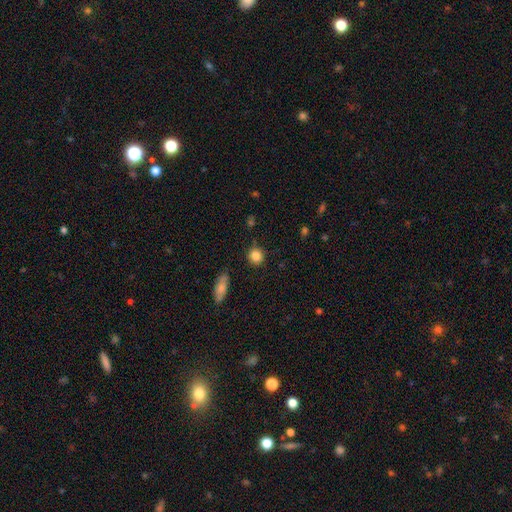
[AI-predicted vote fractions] smooth 85%, star or artifact 9%, featured or disk 5%. Down the decision tree: how rounded — round (87%); merging — none (86%).